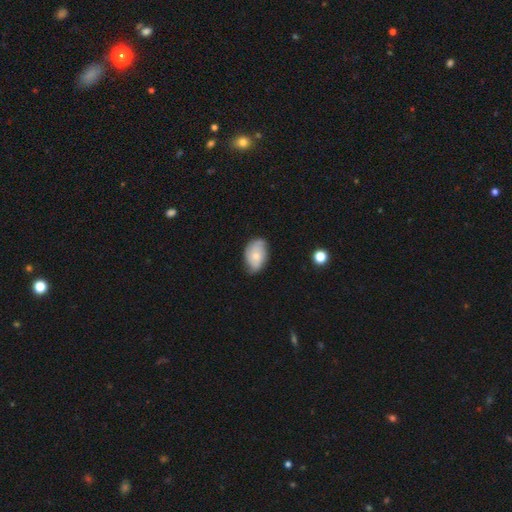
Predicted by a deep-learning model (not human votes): A smooth galaxy with no disk features (58%) that is in between round and cigar-shaped (88%).

Vote fractions:
- Smooth or featured? smooth: 58% / featured or disk: 35% / star or artifact: 7%
- How rounded? in between: 88% / round: 11% / cigar-shaped: 1%
- Merging? none: 63% / minor disturbance: 30% / major disturbance: 5% / merger: 1%